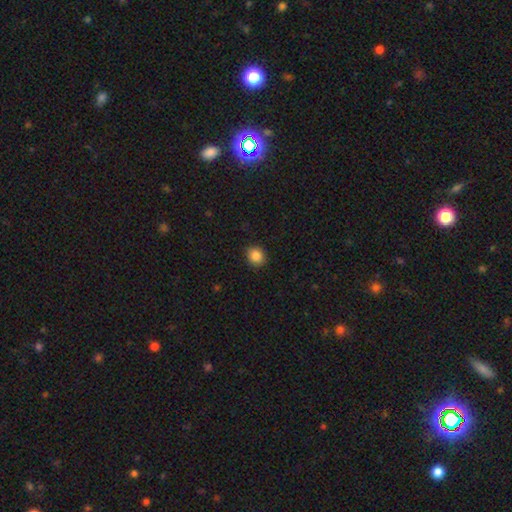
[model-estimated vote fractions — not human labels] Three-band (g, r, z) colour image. It shows a smooth galaxy with no disk features (86%) that is round (75%). Merging: none (90%).